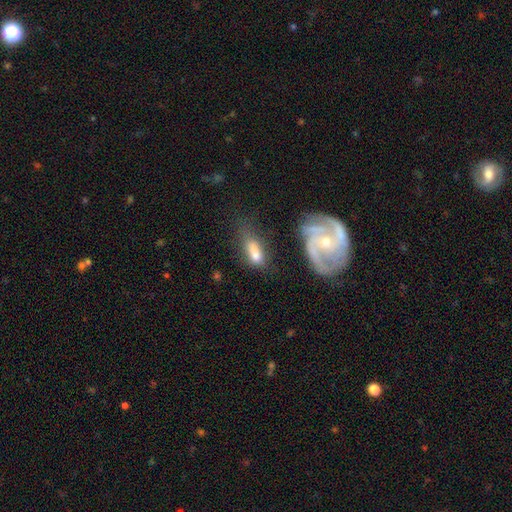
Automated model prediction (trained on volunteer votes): Smooth or featured?
  - smooth: 71% *
  - featured or disk: 20%
  - star or artifact: 8%
How rounded?
  - in between: 72% *
  - cigar-shaped: 23%
  - round: 5%
Merging?
  - none: 39% *
  - minor disturbance: 27%
  - major disturbance: 20%
  - merger: 13%